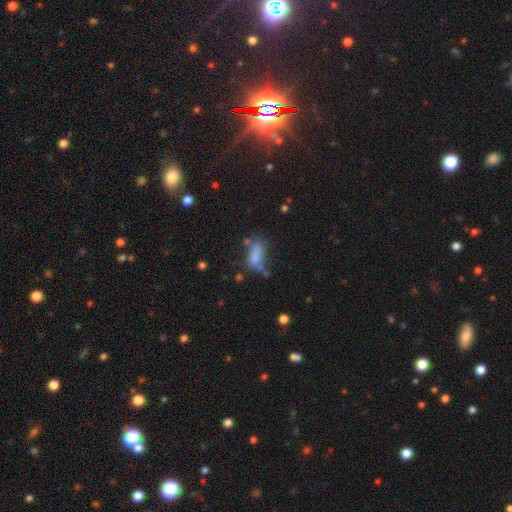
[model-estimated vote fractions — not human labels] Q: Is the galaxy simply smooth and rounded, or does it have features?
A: smooth — 73%.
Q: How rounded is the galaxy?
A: in between — 77%.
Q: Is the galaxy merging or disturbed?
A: none — 46%.